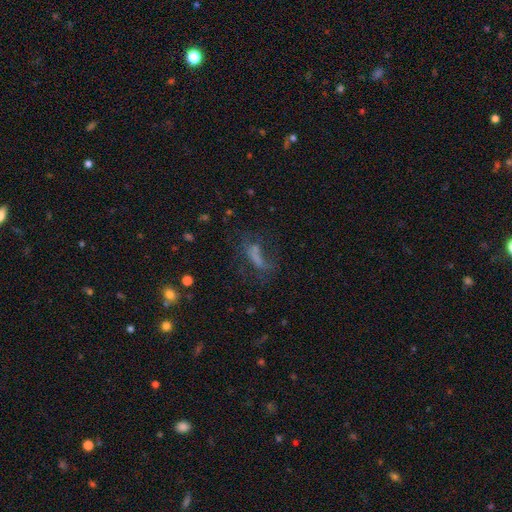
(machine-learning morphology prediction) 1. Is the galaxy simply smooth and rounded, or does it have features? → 44% smooth, 33% featured or disk, 23% star or artifact.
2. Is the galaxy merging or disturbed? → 39% none, 36% major disturbance, 19% minor disturbance, 7% merger.